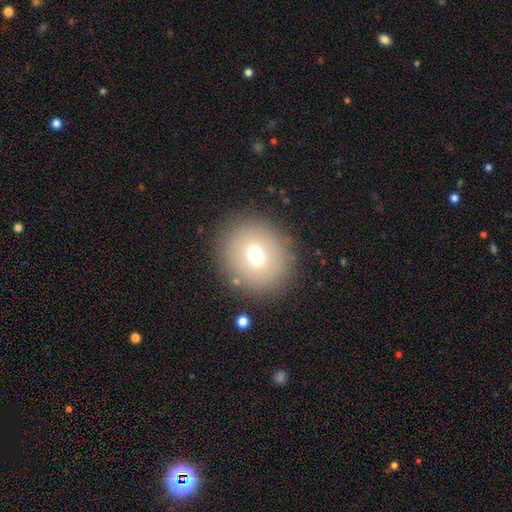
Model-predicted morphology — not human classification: type=smooth (66%); roundness=round (82%); merging=none (85%).